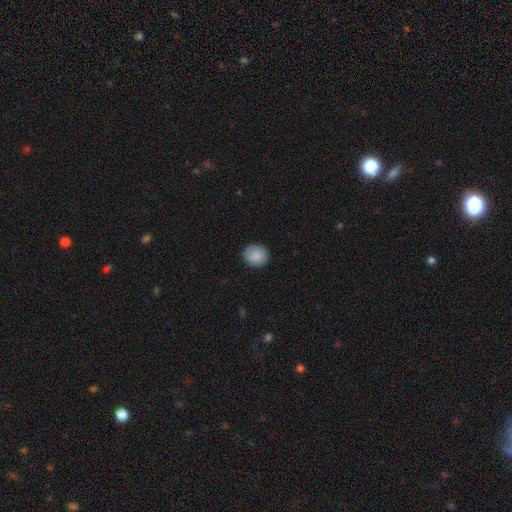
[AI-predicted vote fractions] This appears to be a smooth galaxy with no disk features (87%) that is round (76%). Merging: none (86%).